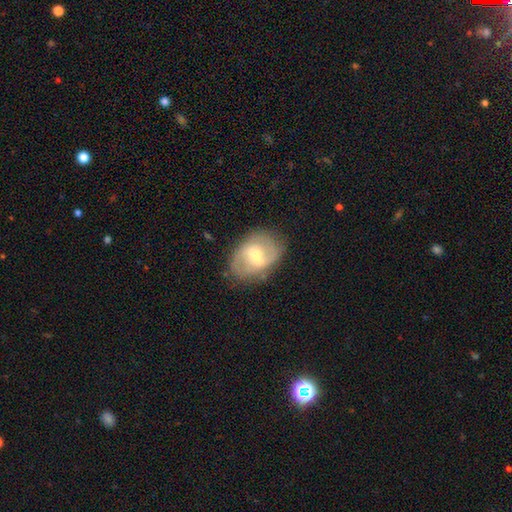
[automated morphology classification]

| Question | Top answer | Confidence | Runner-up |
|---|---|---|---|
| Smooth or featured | featured or disk | 67% | smooth (26%) |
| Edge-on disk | no | 96% | yes (4%) |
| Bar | weak | 53% | strong (33%) |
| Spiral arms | yes | 76% | no (24%) |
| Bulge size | moderate | 56% | small (36%) |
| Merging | none | 77% | minor disturbance (16%) |